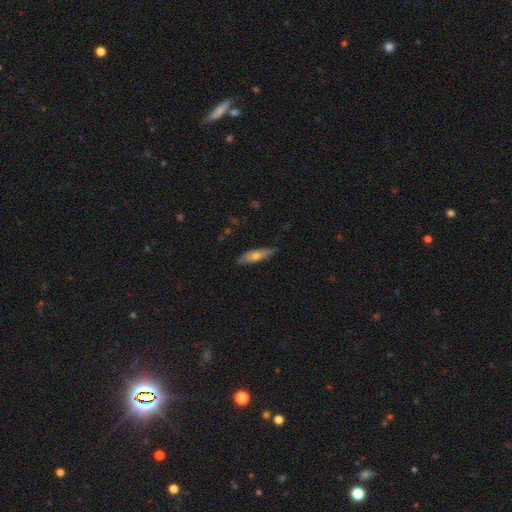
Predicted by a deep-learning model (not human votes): The model was most divided on "how rounded": cigar-shaped: 56%, in between: 42%, round: 2%. More confident: merging — none (78%); smooth or featured — smooth (57%).